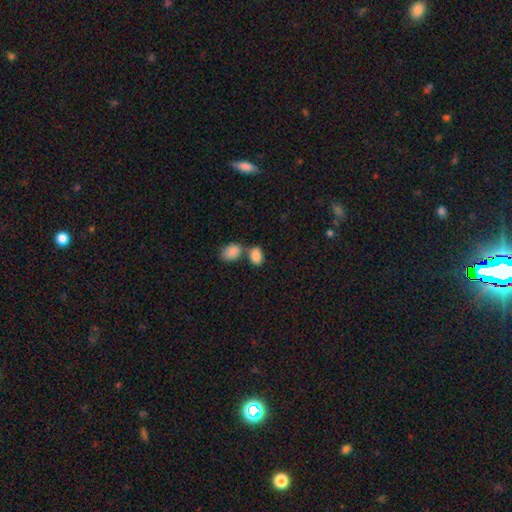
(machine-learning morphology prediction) The model was most divided on "merging": merger: 45%, none: 41%, minor disturbance: 11%, major disturbance: 4%. More confident: smooth or featured — smooth (87%); how rounded — in between (84%).